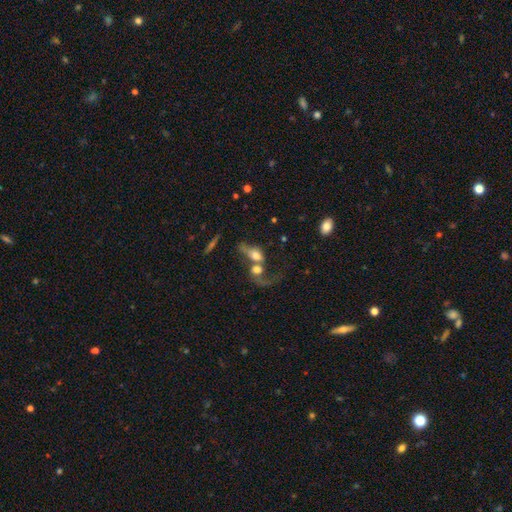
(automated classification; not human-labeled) Morphology: type=smooth (51%); roundness=in between (59%); merging=merger (70%).